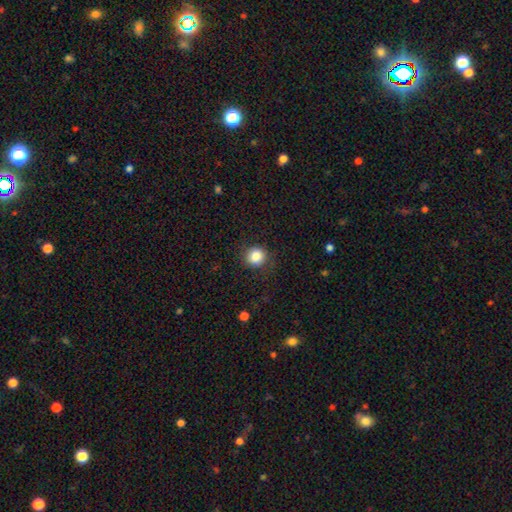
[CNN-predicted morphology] type=smooth (85%); roundness=round (89%); merging=none (84%).